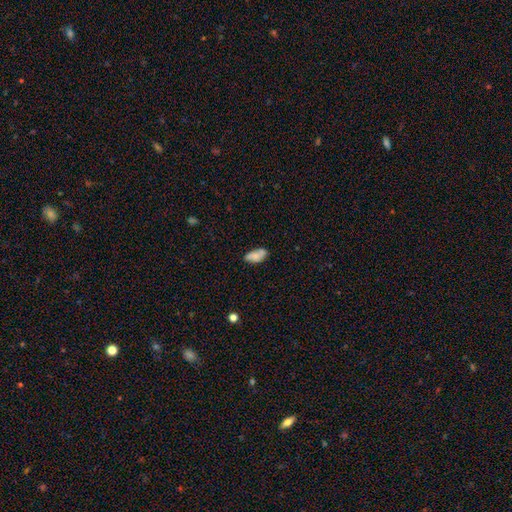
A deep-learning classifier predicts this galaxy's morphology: type=smooth (76%); roundness=in between (91%); merging=none (61%).